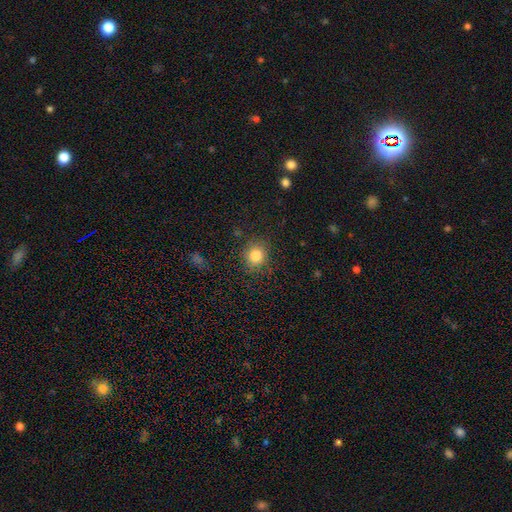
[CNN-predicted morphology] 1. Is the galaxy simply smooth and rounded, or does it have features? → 84% smooth, 11% star or artifact, 5% featured or disk.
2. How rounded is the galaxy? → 78% round, 21% in between, 1% cigar-shaped.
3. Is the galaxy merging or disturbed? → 85% none, 10% minor disturbance, 3% major disturbance, 1% merger.